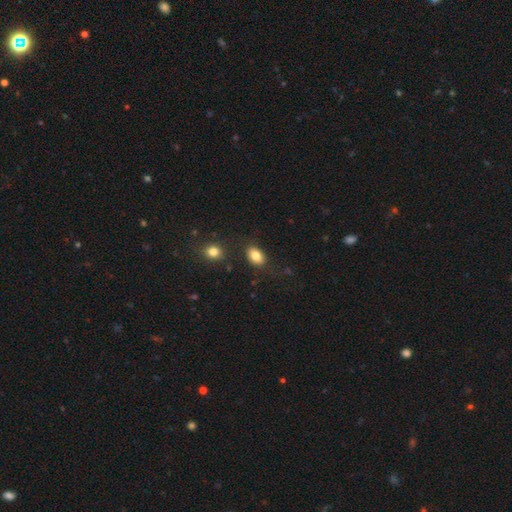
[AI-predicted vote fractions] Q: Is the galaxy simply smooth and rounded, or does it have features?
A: smooth — 84%.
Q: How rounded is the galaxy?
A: in between — 84%.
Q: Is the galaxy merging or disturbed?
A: none — 81%.